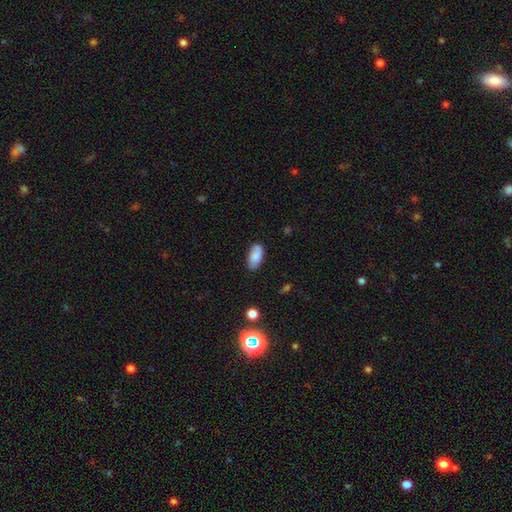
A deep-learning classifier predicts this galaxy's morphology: Smooth or featured?
  - smooth: 80% *
  - featured or disk: 12%
  - star or artifact: 8%
How rounded?
  - in between: 94% *
  - cigar-shaped: 4%
  - round: 3%
Merging?
  - none: 75% *
  - minor disturbance: 20%
  - major disturbance: 4%
  - merger: 2%